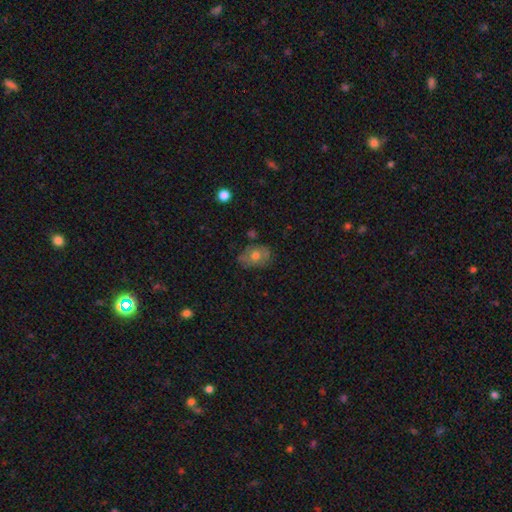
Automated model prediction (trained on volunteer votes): Smooth or featured? Predicted: smooth (p=0.59). How rounded? Predicted: in between (p=0.69). Merging? Predicted: none (p=0.64).